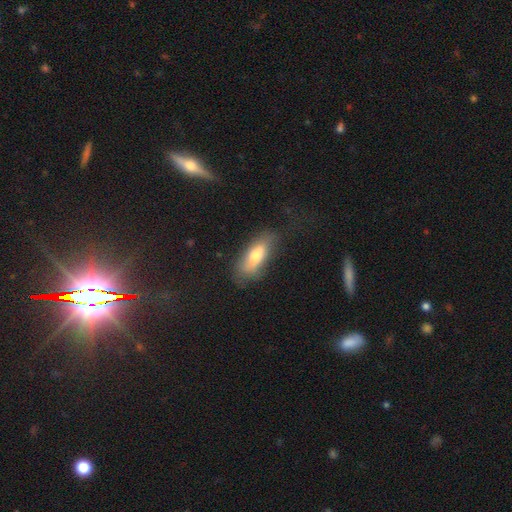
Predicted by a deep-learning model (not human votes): This appears to be a smooth galaxy with no disk features (68%) that is in between round and cigar-shaped (75%). Merging: none (66%).